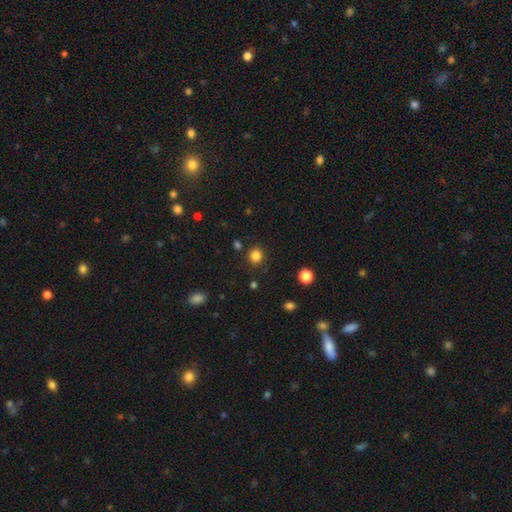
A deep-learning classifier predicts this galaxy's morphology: smooth_or_featured: smooth (p=0.83) [alt: star or artifact p=0.13]
how_rounded: round (p=0.86) [alt: in between p=0.13]
merging: none (p=0.87) [alt: minor disturbance p=0.07]